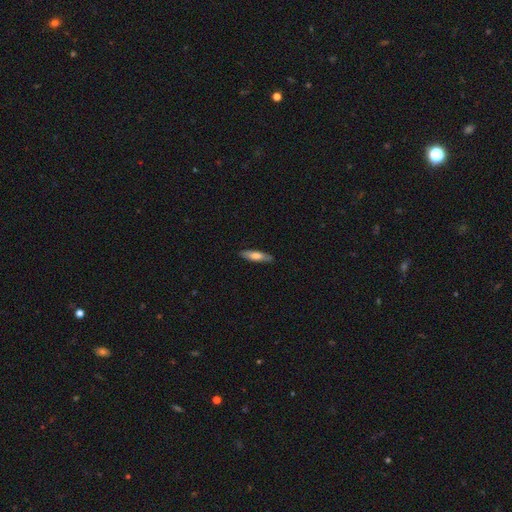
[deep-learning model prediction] Smooth or featured? smooth (66%)
How rounded? cigar-shaped (66%)
Merging? none (85%)